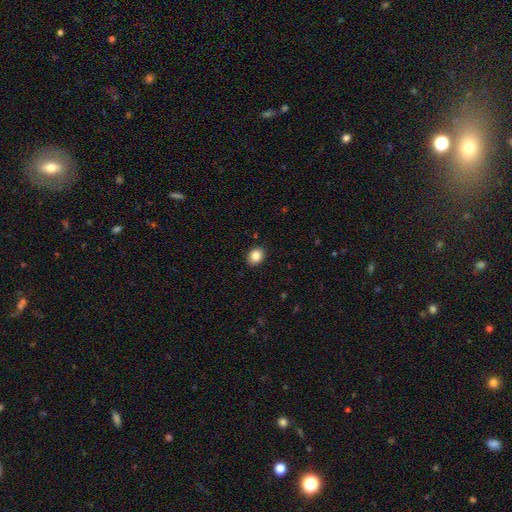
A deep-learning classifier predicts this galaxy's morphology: type=smooth (86%); roundness=round (53%); merging=none (90%).